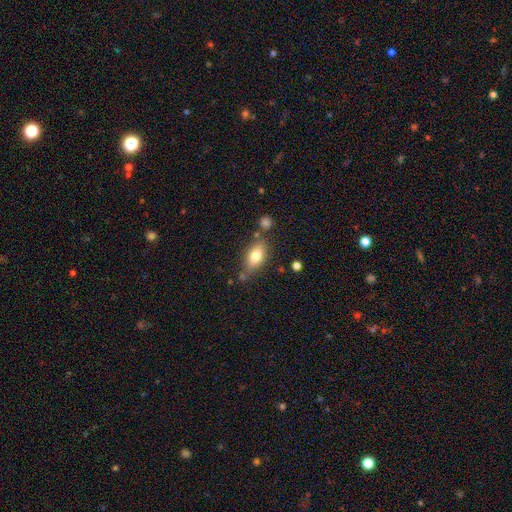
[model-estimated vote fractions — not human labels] smooth_or_featured: smooth (p=0.76) [alt: featured or disk p=0.16]
how_rounded: in between (p=0.86) [alt: cigar-shaped p=0.08]
merging: none (p=0.68) [alt: minor disturbance p=0.18]